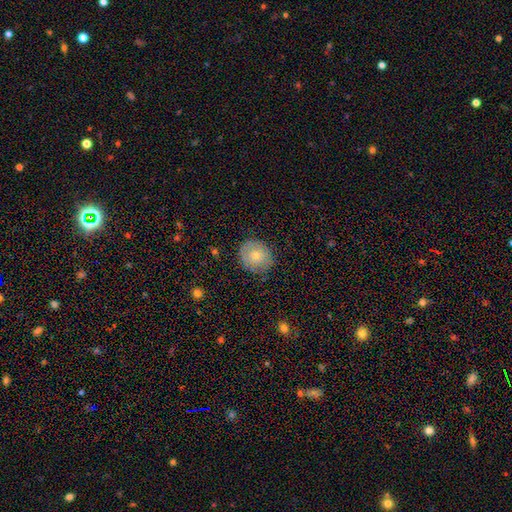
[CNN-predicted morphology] Overall: smooth (63%; featured or disk 28%). How rounded: round (81%). Merging: none (78%).